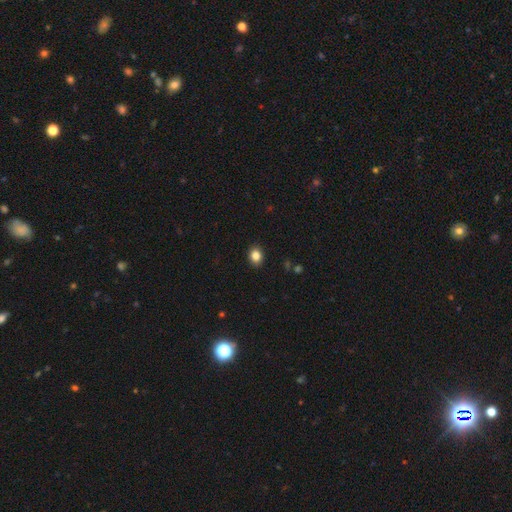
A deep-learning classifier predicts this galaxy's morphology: This is clearly a smooth galaxy (85%). How rounded: possibly in between (51%). Merging: clearly none (89%).